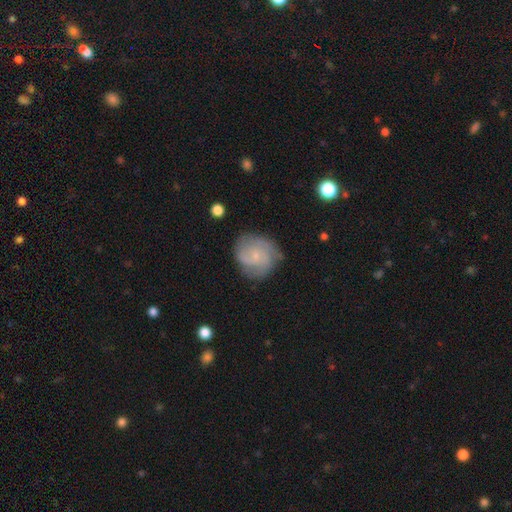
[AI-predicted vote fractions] smooth_or_featured: featured or disk (p=0.61) [alt: smooth p=0.32]
disk_edge_on: no (p=0.98) [alt: yes p=0.02]
bar: no (p=0.71) [alt: weak p=0.25]
has_spiral_arms: yes (p=0.89) [alt: no p=0.11]
spiral_winding: tight (p=0.46) [alt: medium p=0.40]
spiral_arm_count: 2 (p=0.33) [alt: can't tell p=0.30]
bulge_size: small (p=0.78) [alt: moderate p=0.14]
merging: none (p=0.70) [alt: minor disturbance p=0.21]